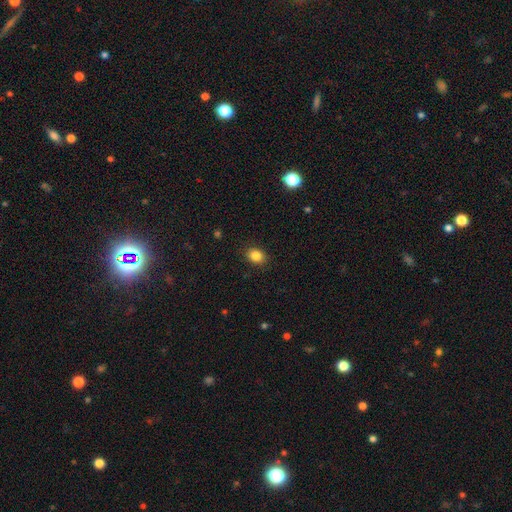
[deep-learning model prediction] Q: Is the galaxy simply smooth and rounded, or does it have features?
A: smooth — 85%.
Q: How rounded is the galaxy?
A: in between — 58%.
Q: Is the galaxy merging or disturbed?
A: none — 88%.